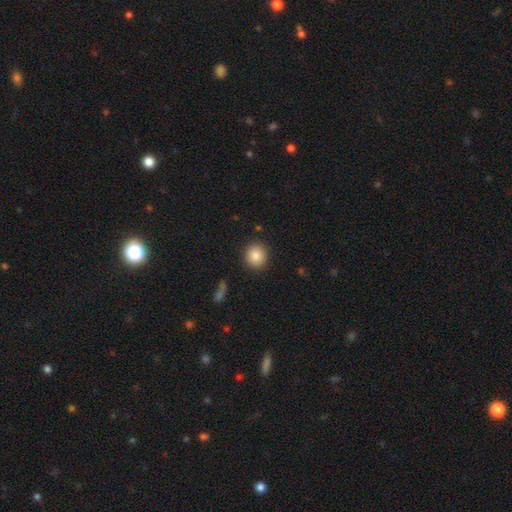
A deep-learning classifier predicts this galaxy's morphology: smooth_or_featured: smooth (p=0.87) [alt: star or artifact p=0.09]
how_rounded: round (p=0.88) [alt: in between p=0.11]
merging: none (p=0.89) [alt: minor disturbance p=0.07]